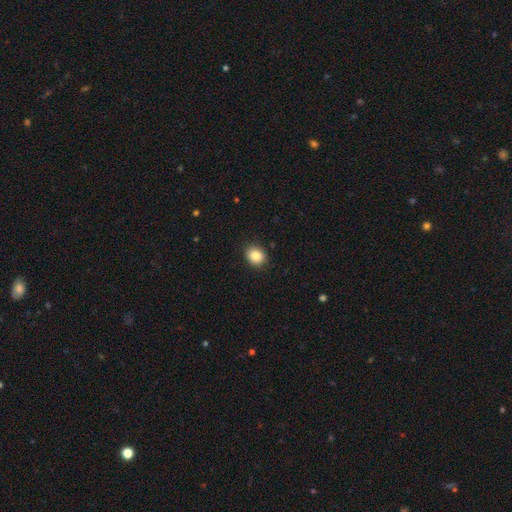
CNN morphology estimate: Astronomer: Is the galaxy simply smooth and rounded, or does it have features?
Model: smooth — 85%.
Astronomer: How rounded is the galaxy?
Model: round — 66%.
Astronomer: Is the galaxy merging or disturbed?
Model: none — 90%.